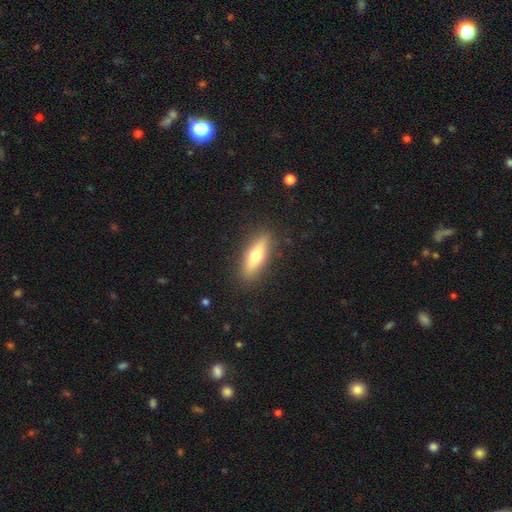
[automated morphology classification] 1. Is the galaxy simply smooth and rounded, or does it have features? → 59% smooth, 34% featured or disk, 7% star or artifact.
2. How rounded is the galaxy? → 53% cigar-shaped, 45% in between, 3% round.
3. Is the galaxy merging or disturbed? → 88% none, 9% minor disturbance, 2% major disturbance, 1% merger.